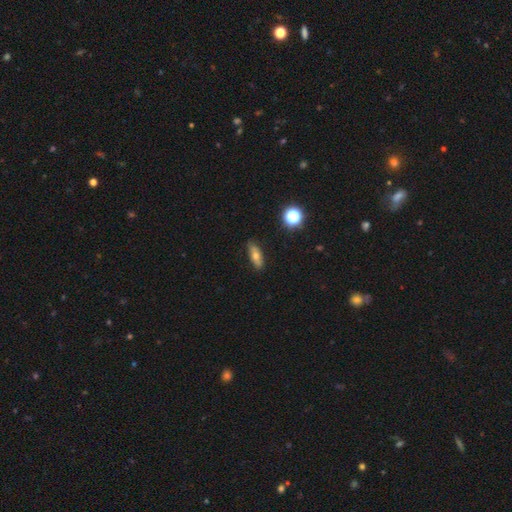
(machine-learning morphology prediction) smooth-or-featured: smooth: 62% | featured or disk: 28% | star or artifact: 10%
  how-rounded: in between: 65% | cigar-shaped: 29% | round: 6%
  merging: none: 84% | minor disturbance: 12% | major disturbance: 2% | merger: 1%